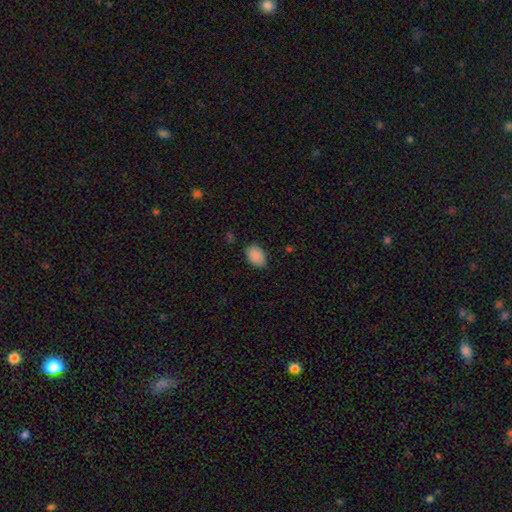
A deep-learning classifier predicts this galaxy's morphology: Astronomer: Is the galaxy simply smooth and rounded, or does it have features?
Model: smooth — 89%.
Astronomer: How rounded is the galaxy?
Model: in between — 87%.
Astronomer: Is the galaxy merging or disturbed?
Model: none — 82%.